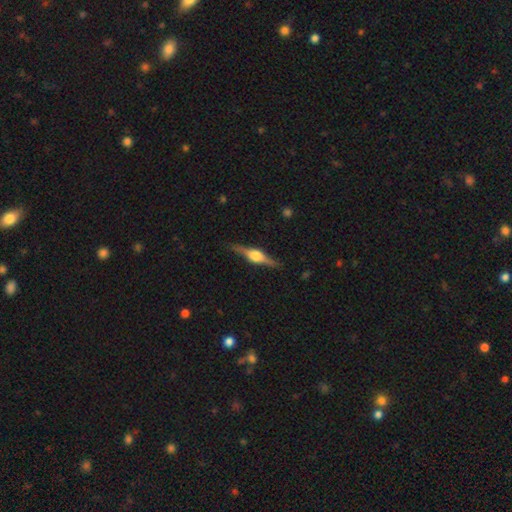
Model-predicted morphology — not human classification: Smooth or featured?
  - featured or disk: 82% *
  - smooth: 13%
  - star or artifact: 5%
Edge-on disk?
  - yes: 98% *
  - no: 2%
Edge-on bulge?
  - rounded: 93% *
  - boxy: 6%
  - none: 1%
Merging?
  - none: 89% *
  - minor disturbance: 8%
  - major disturbance: 2%
  - merger: 1%